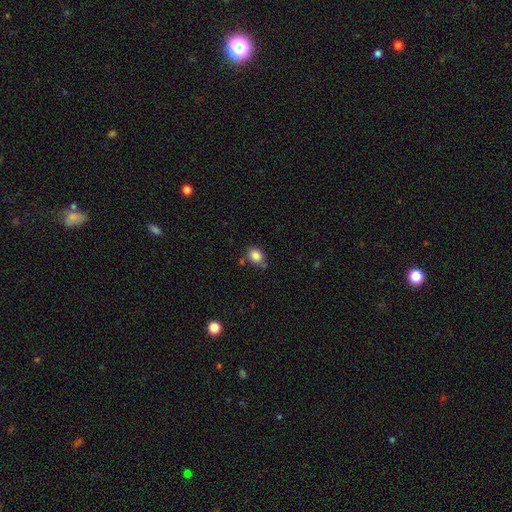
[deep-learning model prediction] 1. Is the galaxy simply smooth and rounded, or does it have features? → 85% smooth, 10% star or artifact, 5% featured or disk.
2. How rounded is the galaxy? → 51% in between, 47% round, 1% cigar-shaped.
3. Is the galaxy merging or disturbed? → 68% none, 18% minor disturbance, 9% merger, 5% major disturbance.